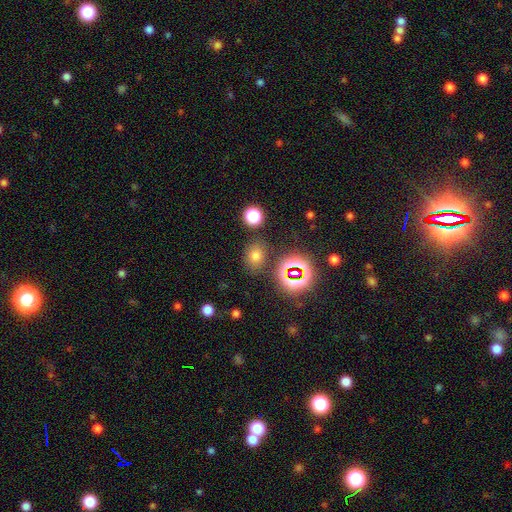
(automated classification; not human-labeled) The model was most divided on "how rounded": round: 50%, in between: 49%, cigar-shaped: 1%. More confident: merging — none (80%); smooth or featured — smooth (68%).